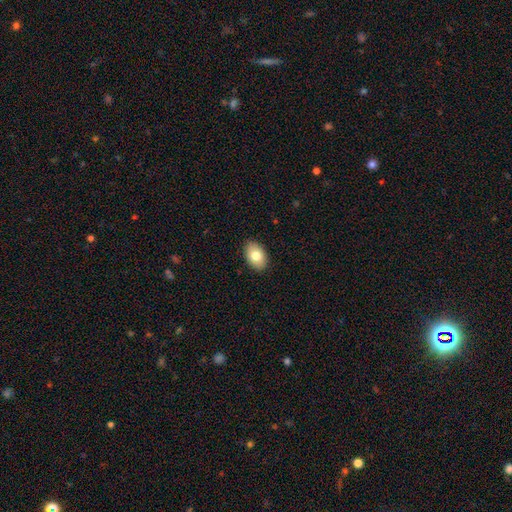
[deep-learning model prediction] smooth 79%, featured or disk 14%, star or artifact 7%. Down the decision tree: how rounded — in between (88%); merging — none (89%).